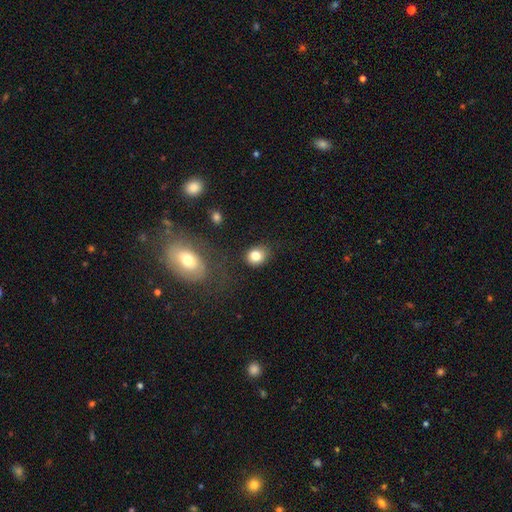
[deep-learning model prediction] The model was most divided on "how rounded": round: 64%, in between: 35%, cigar-shaped: 1%. More confident: smooth or featured — smooth (82%); merging — none (78%).